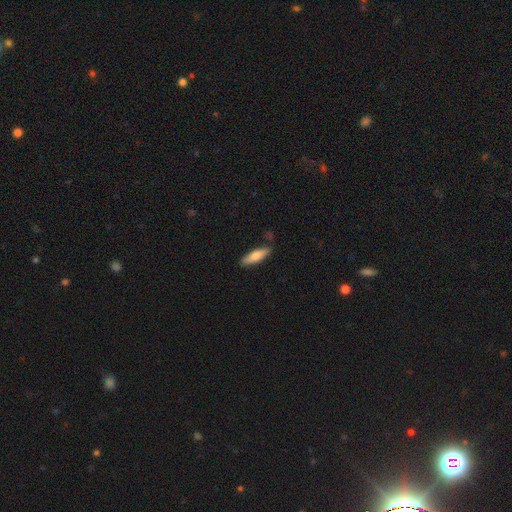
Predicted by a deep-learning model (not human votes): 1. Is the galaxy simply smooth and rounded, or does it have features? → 73% smooth, 21% featured or disk, 5% star or artifact.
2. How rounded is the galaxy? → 62% cigar-shaped, 36% in between, 2% round.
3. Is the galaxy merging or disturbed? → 83% none, 12% minor disturbance, 3% merger, 2% major disturbance.